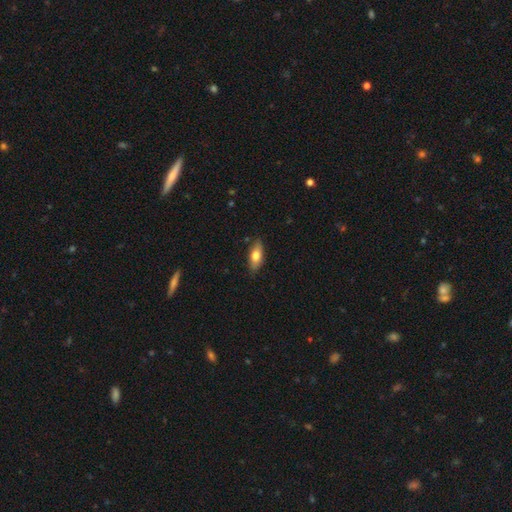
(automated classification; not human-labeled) This appears to be a smooth galaxy with no disk features (73%) that is in between round and cigar-shaped (79%). Merging: none (84%).